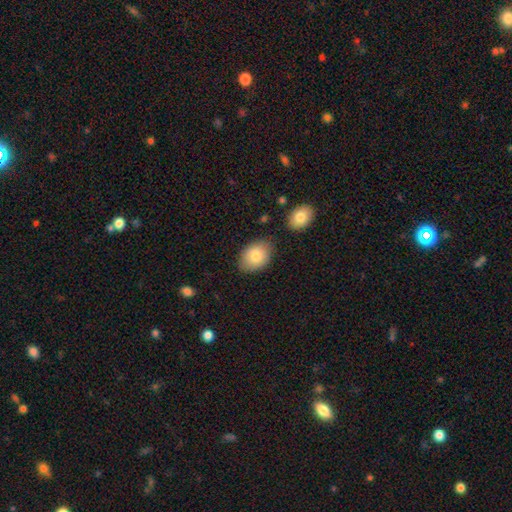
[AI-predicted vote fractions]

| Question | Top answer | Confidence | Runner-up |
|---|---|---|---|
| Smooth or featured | smooth | 82% | featured or disk (11%) |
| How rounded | in between | 78% | round (21%) |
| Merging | none | 77% | minor disturbance (16%) |